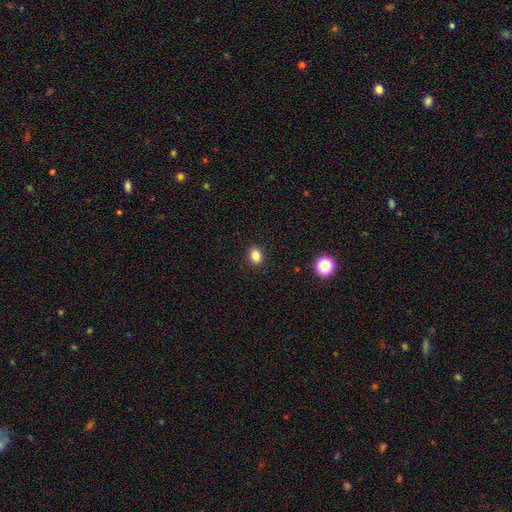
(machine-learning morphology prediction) This is clearly a smooth galaxy (83%). How rounded: possibly in between (52%). Merging: clearly none (90%).